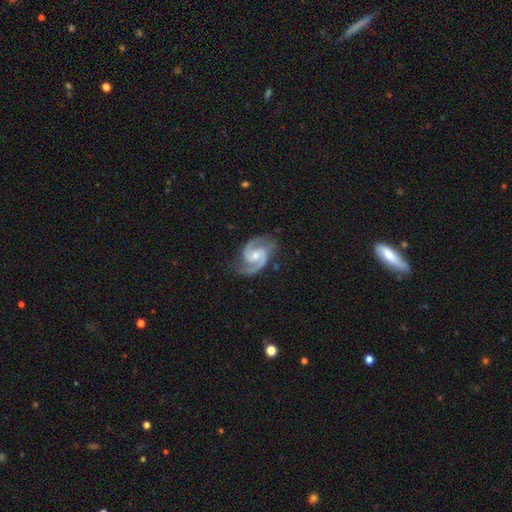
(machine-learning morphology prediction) Smooth or featured? featured or disk (93%)
Edge-on disk? no (98%)
Bar? no (51%)
Spiral arms? yes (99%)
Spiral winding? medium (64%)
Spiral arm count? 2 (92%)
Bulge size? moderate (51%)
Merging? none (78%)